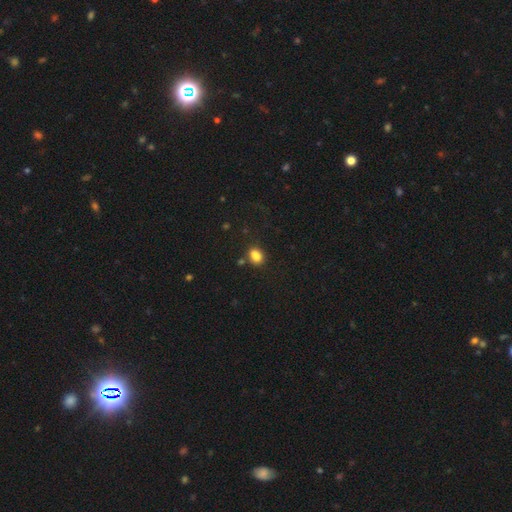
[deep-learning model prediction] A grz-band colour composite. It shows a smooth galaxy with no disk features (84%) that is in between round and cigar-shaped (67%). Merging: none (72%).